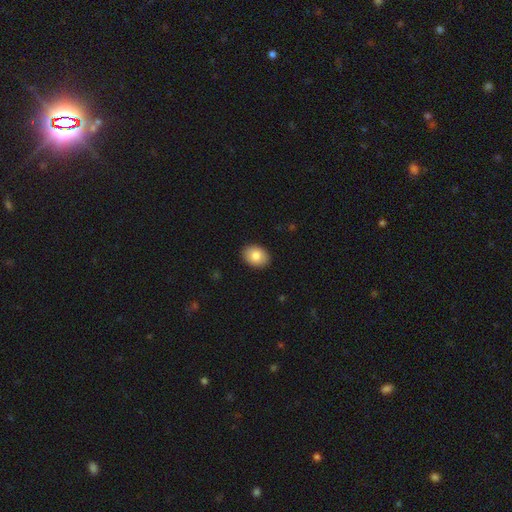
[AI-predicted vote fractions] This appears to be a smooth galaxy with no disk features (84%) that is in between round and cigar-shaped (72%). Merging: none (90%).